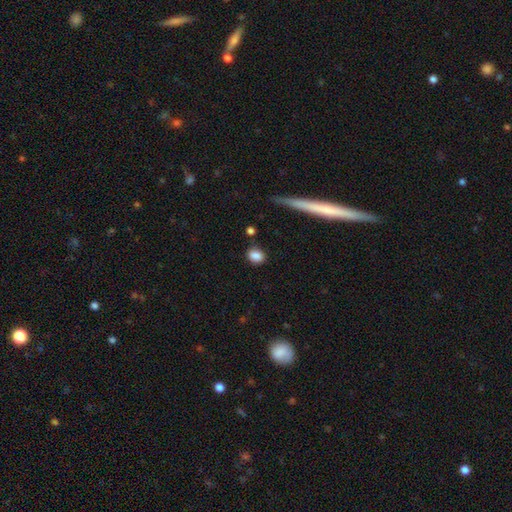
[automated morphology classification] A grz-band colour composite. It shows a smooth galaxy with no disk features (86%) that is round (50%). Merging: none (83%).